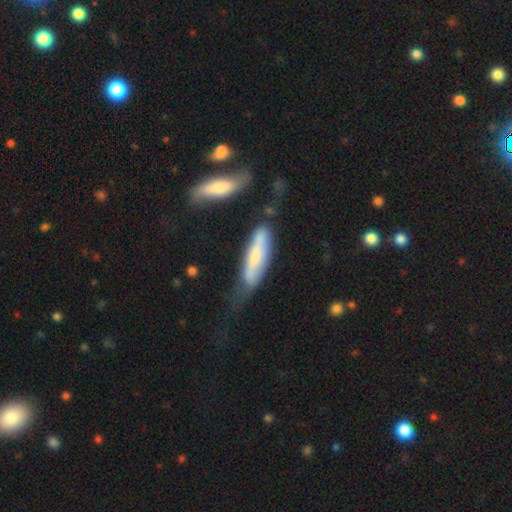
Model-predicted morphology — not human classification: Smooth or featured?
  - smooth: 54% *
  - featured or disk: 40%
  - star or artifact: 6%
How rounded?
  - cigar-shaped: 71% *
  - in between: 28%
  - round: 2%
Merging?
  - none: 46% *
  - minor disturbance: 28%
  - major disturbance: 17%
  - merger: 9%